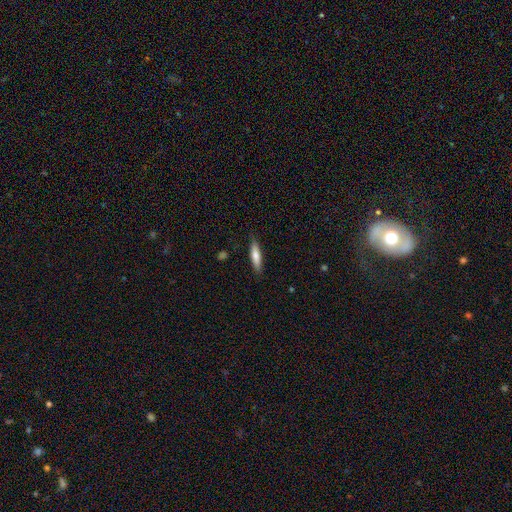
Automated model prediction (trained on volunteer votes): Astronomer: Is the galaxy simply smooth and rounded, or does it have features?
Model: smooth — 69%.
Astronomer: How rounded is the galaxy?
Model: cigar-shaped — 78%.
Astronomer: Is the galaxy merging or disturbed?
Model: none — 87%.